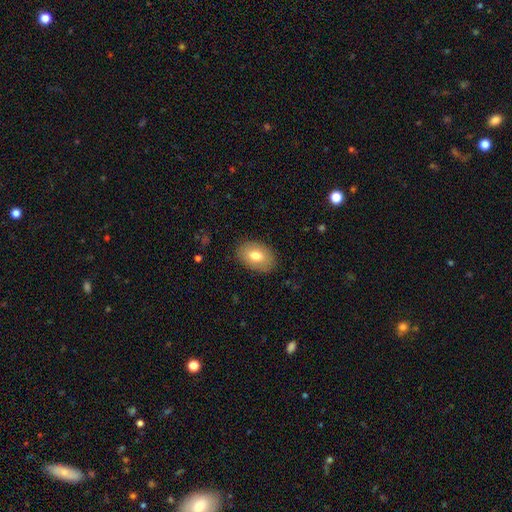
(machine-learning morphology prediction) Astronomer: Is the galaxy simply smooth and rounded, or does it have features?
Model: smooth — 74%.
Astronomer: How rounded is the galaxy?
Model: in between — 85%.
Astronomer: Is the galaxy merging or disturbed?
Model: none — 86%.